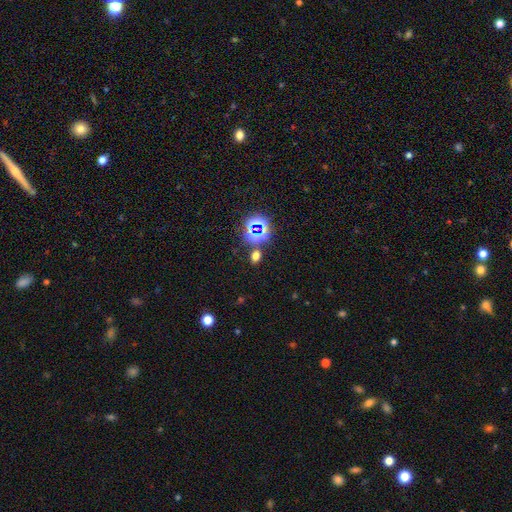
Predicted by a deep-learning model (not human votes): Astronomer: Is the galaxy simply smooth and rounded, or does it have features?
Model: smooth — 56% (runner-up: star or artifact, 37%).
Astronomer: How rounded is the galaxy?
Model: in between — 60% (runner-up: round, 38%).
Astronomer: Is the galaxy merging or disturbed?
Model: none — 80%.